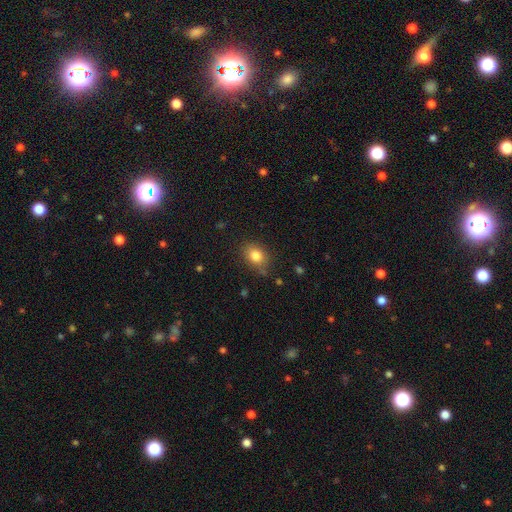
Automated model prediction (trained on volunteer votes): Smooth or featured?
  - smooth: 83% *
  - star or artifact: 10%
  - featured or disk: 7%
How rounded?
  - in between: 60% *
  - round: 39%
  - cigar-shaped: 1%
Merging?
  - none: 79% *
  - minor disturbance: 15%
  - major disturbance: 4%
  - merger: 2%